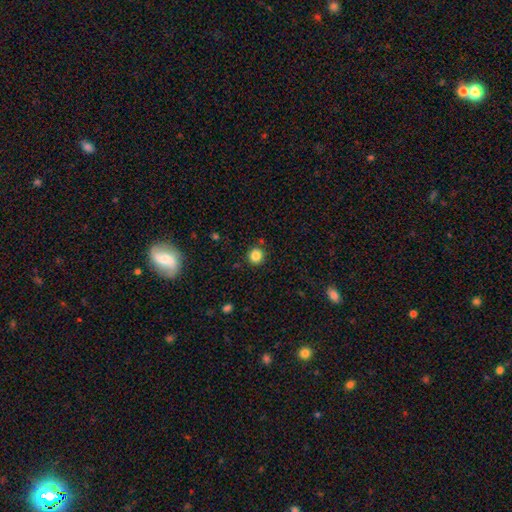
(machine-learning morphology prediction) This is clearly a smooth galaxy (84%). How rounded: clearly round (92%). Merging: clearly none (88%).